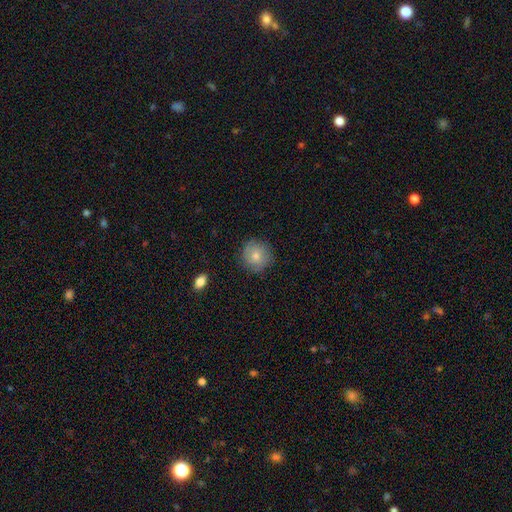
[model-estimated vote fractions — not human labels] smooth-or-featured: smooth: 69% | featured or disk: 23% | star or artifact: 8%
  how-rounded: round: 91% | in between: 8% | cigar-shaped: 1%
  merging: none: 83% | minor disturbance: 13% | major disturbance: 3% | merger: 1%